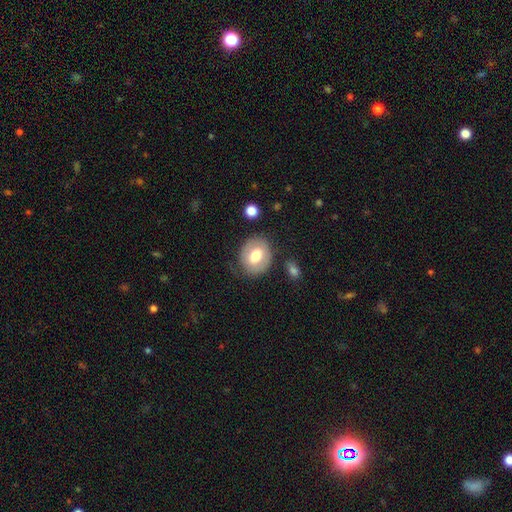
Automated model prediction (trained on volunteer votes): smooth 63%, featured or disk 30%, star or artifact 7%. Down the decision tree: how rounded — round (54%); merging — none (74%).